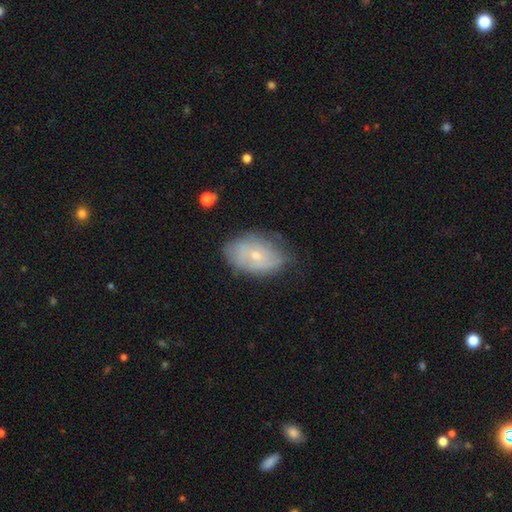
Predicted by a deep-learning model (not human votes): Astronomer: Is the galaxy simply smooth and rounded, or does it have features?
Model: featured or disk — 46%, tied with smooth at 46%.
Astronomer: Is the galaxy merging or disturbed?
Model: none — 65%.